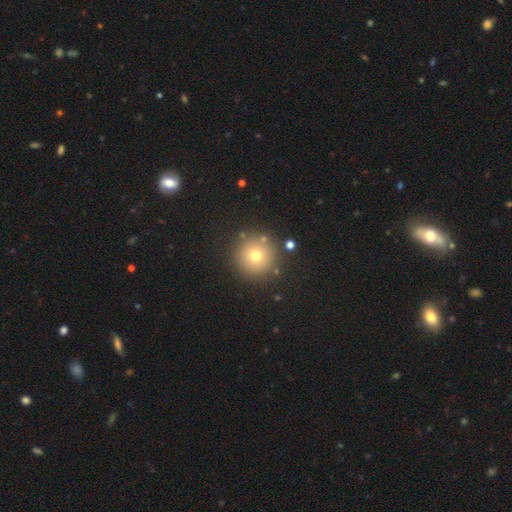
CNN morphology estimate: smooth 74%, star or artifact 14%, featured or disk 12%. Down the decision tree: how rounded — round (96%); merging — none (87%).